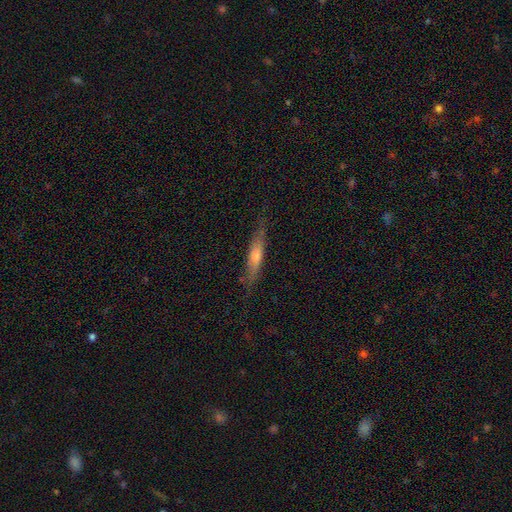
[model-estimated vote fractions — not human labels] Overall: featured or disk (47%; smooth 46%). Merging: none (77%).